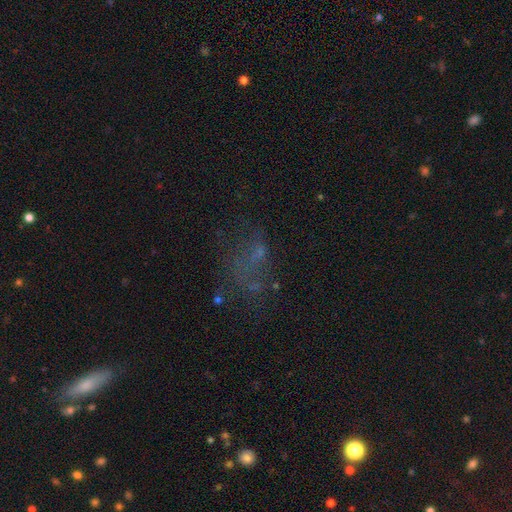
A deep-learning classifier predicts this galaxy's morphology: smooth_or_featured: featured or disk (p=0.36) [alt: smooth p=0.33]
merging: none (p=0.42) [alt: major disturbance p=0.34]